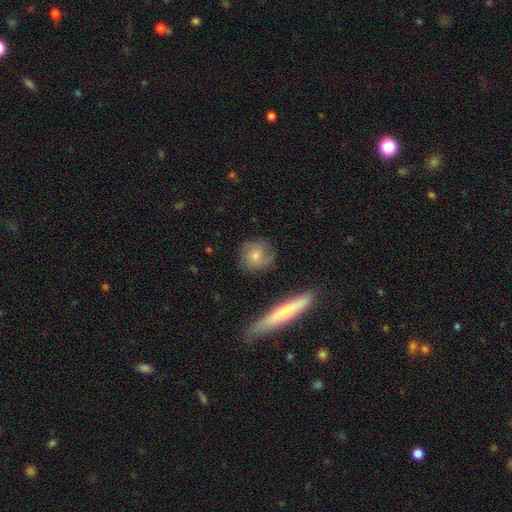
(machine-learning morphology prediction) Smooth or featured? smooth (61%)
How rounded? round (85%)
Merging? none (75%)